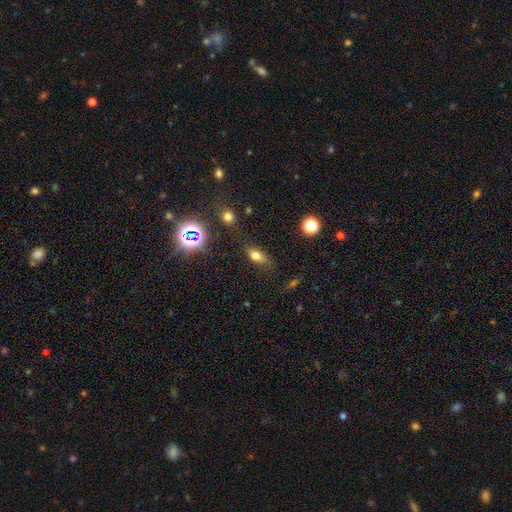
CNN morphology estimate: smooth-or-featured: smooth: 66% | featured or disk: 18% | star or artifact: 16%
  how-rounded: in between: 75% | cigar-shaped: 14% | round: 11%
  merging: none: 72% | minor disturbance: 18% | major disturbance: 7% | merger: 3%